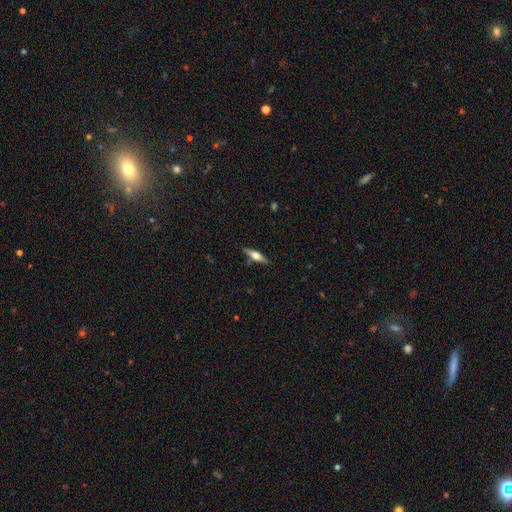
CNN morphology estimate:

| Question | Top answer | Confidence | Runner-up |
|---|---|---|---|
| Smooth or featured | featured or disk | 54% | smooth (39%) |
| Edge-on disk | yes | 95% | no (5%) |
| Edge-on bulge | rounded | 91% | boxy (6%) |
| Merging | none | 87% | minor disturbance (9%) |